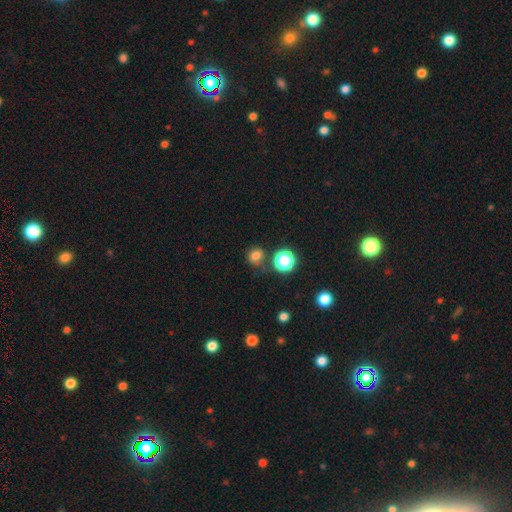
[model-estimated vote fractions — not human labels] A smooth galaxy with no disk features (76%) that is round (75%).

Vote fractions:
- Smooth or featured? smooth: 76% / star or artifact: 18% / featured or disk: 6%
- How rounded? round: 75% / in between: 24% / cigar-shaped: 1%
- Merging? none: 72% / minor disturbance: 14% / merger: 9% / major disturbance: 5%